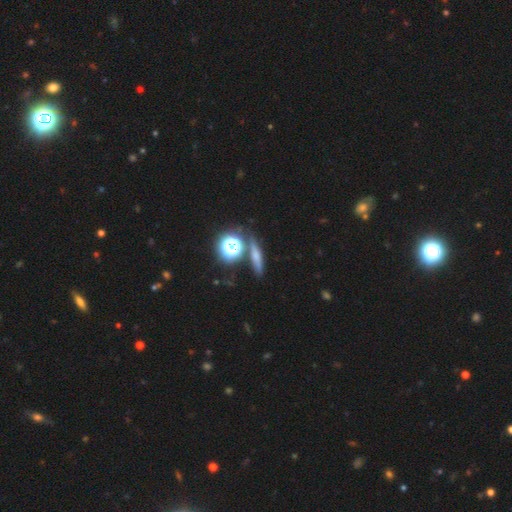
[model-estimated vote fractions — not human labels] Smooth or featured? smooth (50%)
Merging? none (76%)